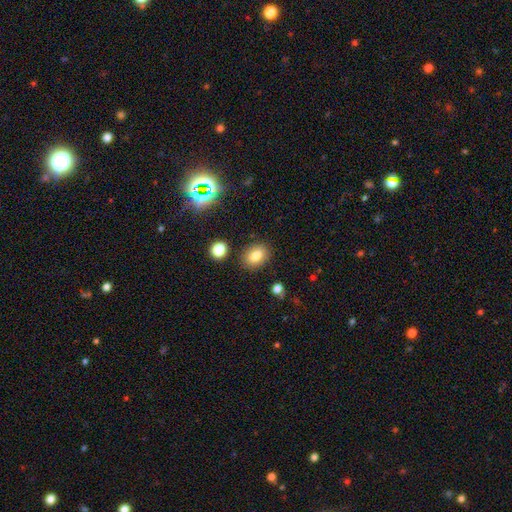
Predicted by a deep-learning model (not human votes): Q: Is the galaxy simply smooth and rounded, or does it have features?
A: smooth — 81%.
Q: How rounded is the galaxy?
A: in between — 63%.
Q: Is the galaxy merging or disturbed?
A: none — 86%.